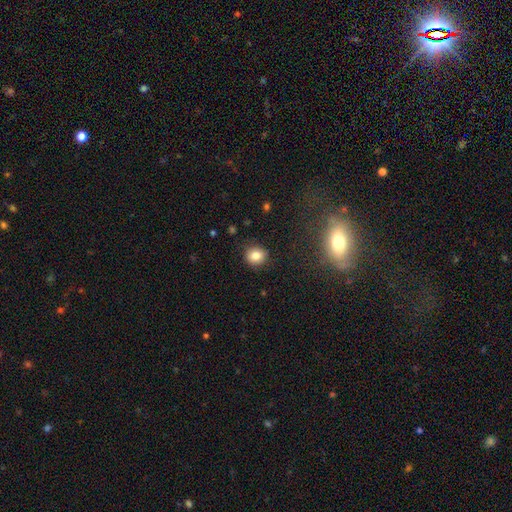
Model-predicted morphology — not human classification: This appears to be a smooth galaxy with no disk features (81%) that is round (78%). Merging: none (88%).